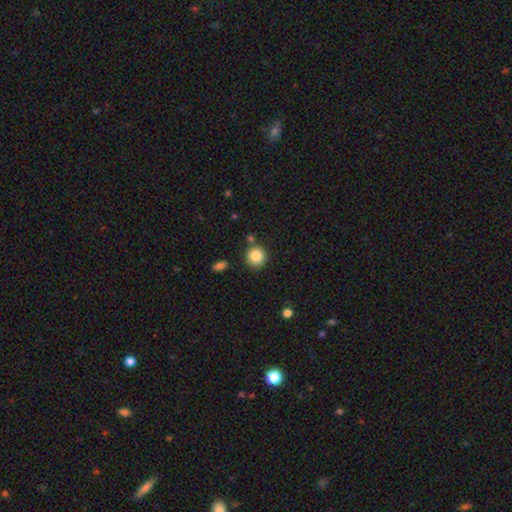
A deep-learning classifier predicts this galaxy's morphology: This is clearly a smooth galaxy (86%). How rounded: clearly round (91%). Merging: clearly none (82%).